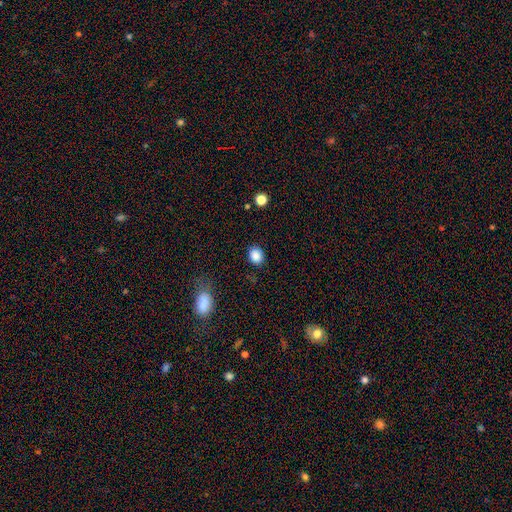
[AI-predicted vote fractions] Smooth or featured? smooth (87%)
How rounded? round (57%)
Merging? none (85%)